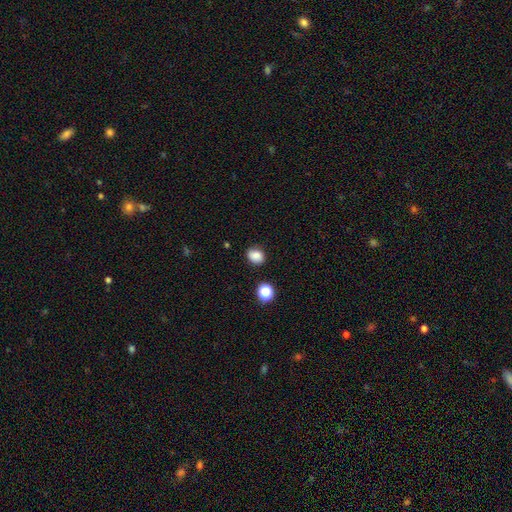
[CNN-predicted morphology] Smooth or featured?
  - smooth: 83% *
  - star or artifact: 11%
  - featured or disk: 5%
How rounded?
  - round: 53% *
  - in between: 46%
  - cigar-shaped: 1%
Merging?
  - none: 80% *
  - minor disturbance: 14%
  - major disturbance: 3%
  - merger: 3%